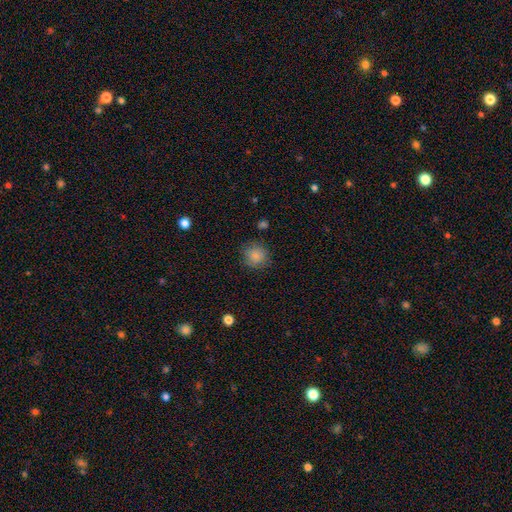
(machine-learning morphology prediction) A smooth galaxy with no disk features (85%) that is round (90%).

Vote fractions:
- Smooth or featured? smooth: 85% / star or artifact: 10% / featured or disk: 6%
- How rounded? round: 90% / in between: 9% / cigar-shaped: 1%
- Merging? none: 84% / minor disturbance: 11% / major disturbance: 3% / merger: 2%